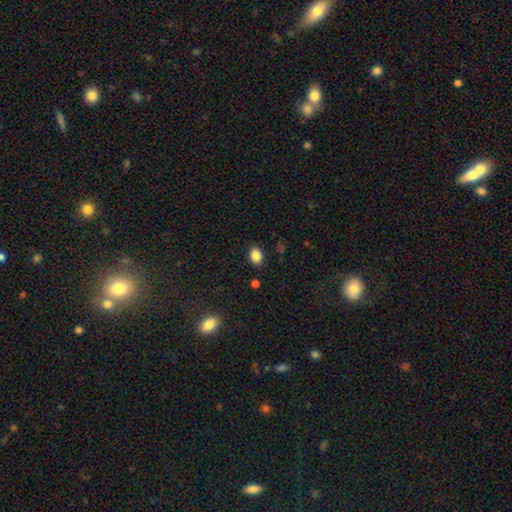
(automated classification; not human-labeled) Q: Smooth or featured?
A: smooth (85%); runner-up: star or artifact (10%)
Q: How rounded?
A: in between (75%); runner-up: round (24%)
Q: Merging?
A: none (87%); runner-up: minor disturbance (9%)